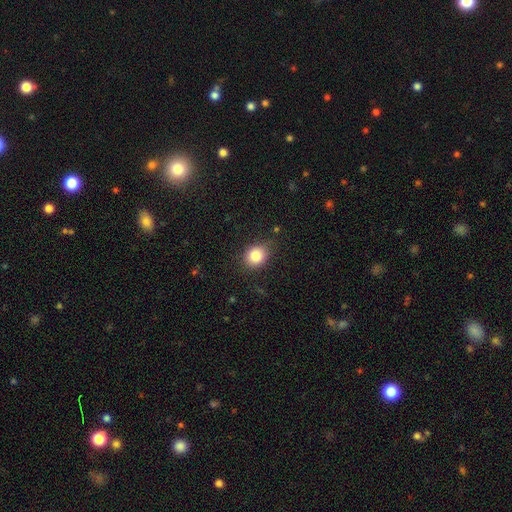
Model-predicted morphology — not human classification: Smooth or featured? Predicted: smooth (p=0.84). How rounded? Predicted: round (p=0.63). Merging? Predicted: none (p=0.80).